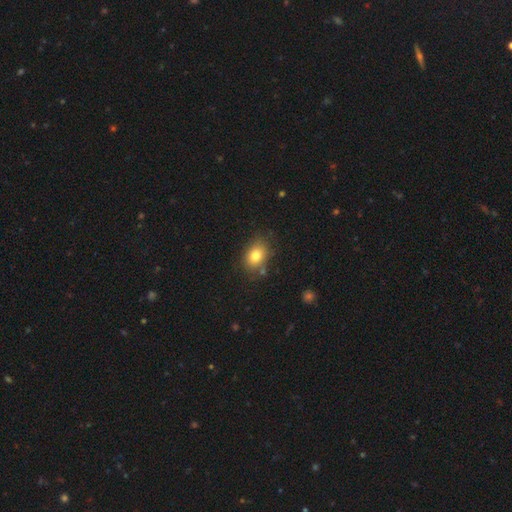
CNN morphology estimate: Q: Smooth or featured?
A: smooth (79%); runner-up: star or artifact (10%)
Q: How rounded?
A: in between (67%); runner-up: round (32%)
Q: Merging?
A: none (77%); runner-up: minor disturbance (15%)